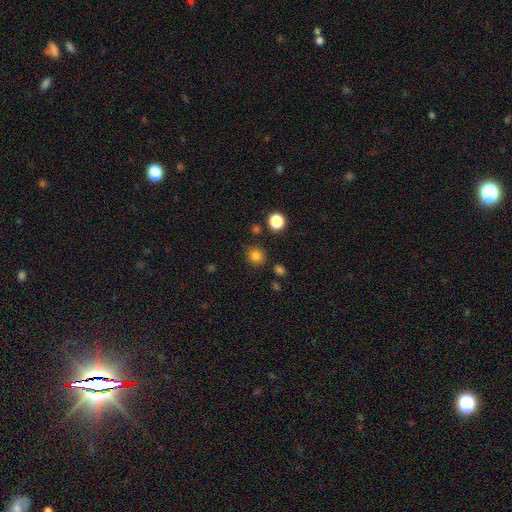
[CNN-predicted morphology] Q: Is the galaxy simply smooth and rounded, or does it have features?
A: smooth — 81%.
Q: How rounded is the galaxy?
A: round — 89%.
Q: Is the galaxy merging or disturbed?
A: none — 84%.